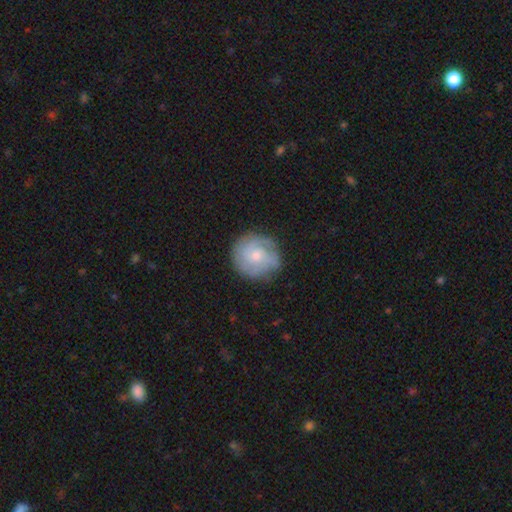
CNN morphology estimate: A featured or disk galaxy (65%) with no bar (74%), tight (61%) spiral arms (89%) and a small central bulge (50%).

Vote fractions:
- Smooth or featured? featured or disk: 65% / smooth: 28% / star or artifact: 6%
- Edge-on disk? no: 98% / yes: 2%
- Bar? no: 74% / weak: 23% / strong: 3%
- Spiral arms? yes: 89% / no: 11%
- Spiral winding? tight: 61% / medium: 30% / loose: 9%
- Spiral arm count? can't tell: 33% / 3: 26% / 2: 23% / 4: 8% / 1: 5% / more than 4: 5%
- Bulge size? small: 50% / moderate: 44% / none: 3% / large: 3% / dominant: 1%
- Merging? none: 78% / minor disturbance: 15% / major disturbance: 5% / merger: 1%